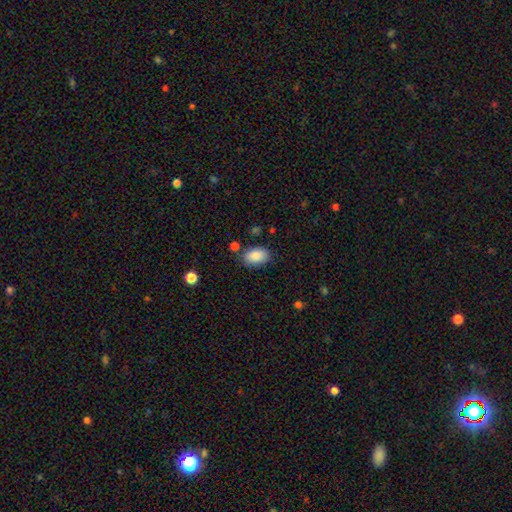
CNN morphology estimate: smooth-or-featured: smooth: 87% | star or artifact: 7% | featured or disk: 6%
  how-rounded: in between: 91% | round: 8% | cigar-shaped: 1%
  merging: none: 79% | minor disturbance: 14% | merger: 4% | major disturbance: 3%